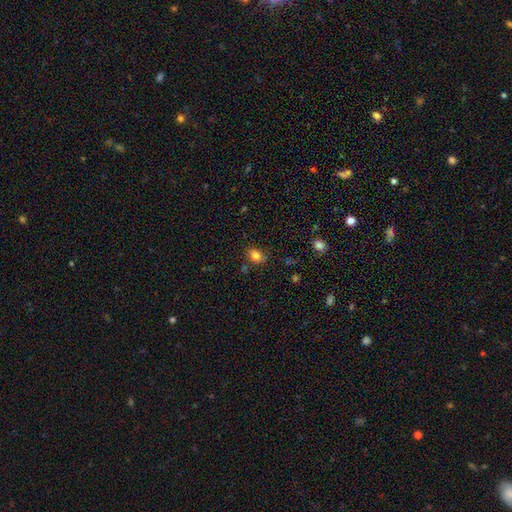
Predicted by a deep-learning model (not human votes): Smooth or featured?
  - smooth: 82% *
  - star or artifact: 11%
  - featured or disk: 7%
How rounded?
  - in between: 62% *
  - round: 36%
  - cigar-shaped: 1%
Merging?
  - none: 75% *
  - minor disturbance: 18%
  - major disturbance: 4%
  - merger: 3%